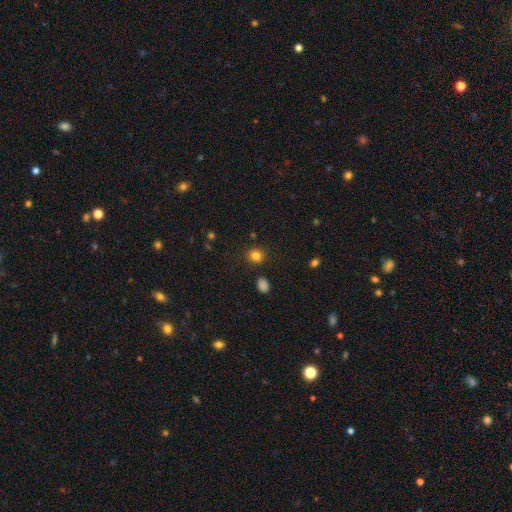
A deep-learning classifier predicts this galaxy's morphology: Smooth or featured?
  - smooth: 83% *
  - star or artifact: 13%
  - featured or disk: 5%
How rounded?
  - round: 83% *
  - in between: 16%
  - cigar-shaped: 1%
Merging?
  - none: 87% *
  - minor disturbance: 7%
  - merger: 3%
  - major disturbance: 3%